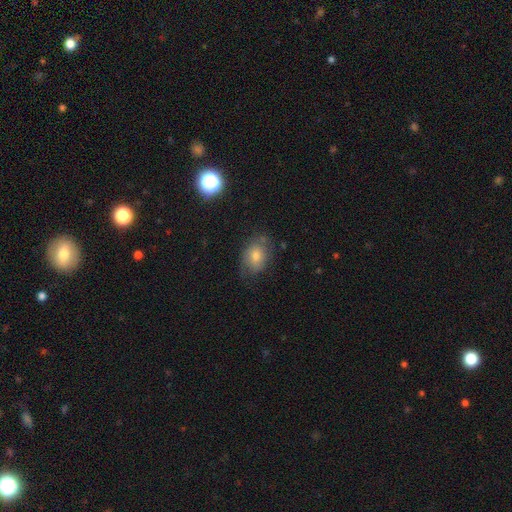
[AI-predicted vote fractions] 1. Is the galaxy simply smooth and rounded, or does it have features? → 62% smooth, 24% featured or disk, 14% star or artifact.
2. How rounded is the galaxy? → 65% in between, 34% round, 1% cigar-shaped.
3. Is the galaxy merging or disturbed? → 67% none, 23% minor disturbance, 8% major disturbance, 2% merger.